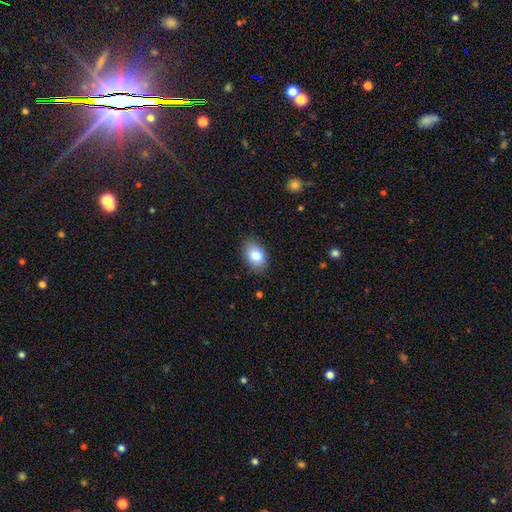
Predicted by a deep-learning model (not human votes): Smooth or featured?
  - smooth: 86% *
  - star or artifact: 7%
  - featured or disk: 7%
How rounded?
  - in between: 88% *
  - round: 11%
  - cigar-shaped: 1%
Merging?
  - none: 84% *
  - minor disturbance: 13%
  - major disturbance: 3%
  - merger: 1%